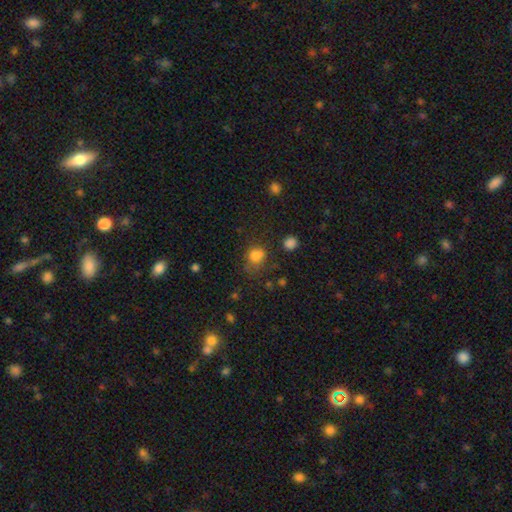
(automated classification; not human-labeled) The model was most divided on "merging": none: 49%, minor disturbance: 21%, merger: 17%, major disturbance: 12%. More confident: smooth or featured — smooth (75%); how rounded — round (67%).